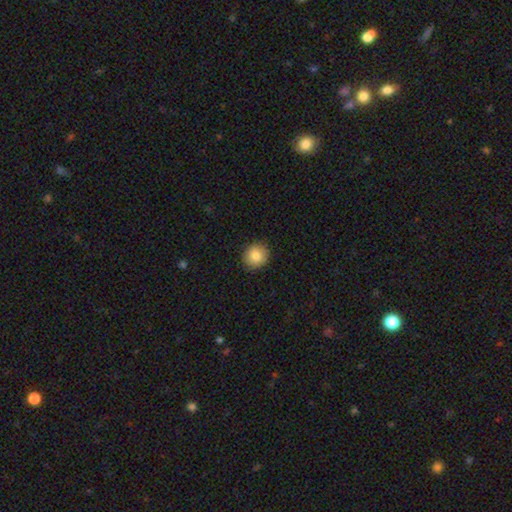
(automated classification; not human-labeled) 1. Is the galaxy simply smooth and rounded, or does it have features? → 84% smooth, 9% star or artifact, 7% featured or disk.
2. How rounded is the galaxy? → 88% round, 11% in between, 1% cigar-shaped.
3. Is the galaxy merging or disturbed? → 90% none, 7% minor disturbance, 2% major disturbance, 1% merger.